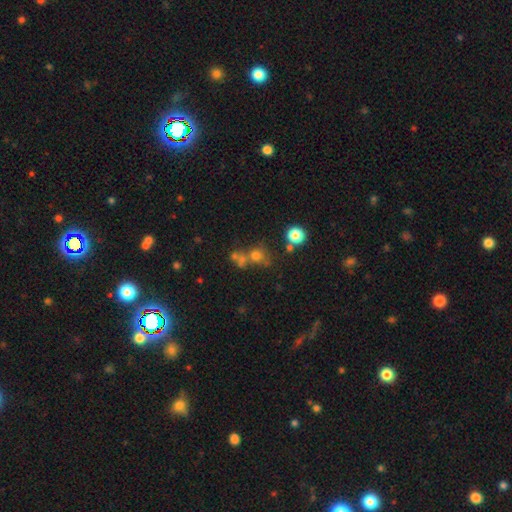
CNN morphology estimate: type=smooth (63%); roundness=round (82%); merging=none (45%).